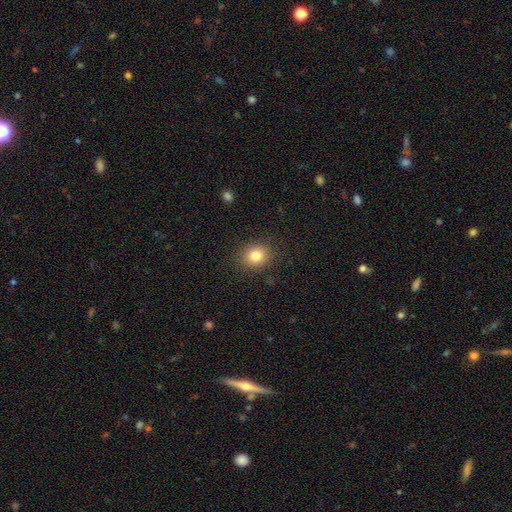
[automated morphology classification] This appears to be a smooth galaxy with no disk features (81%) that is round (67%). Merging: none (88%).